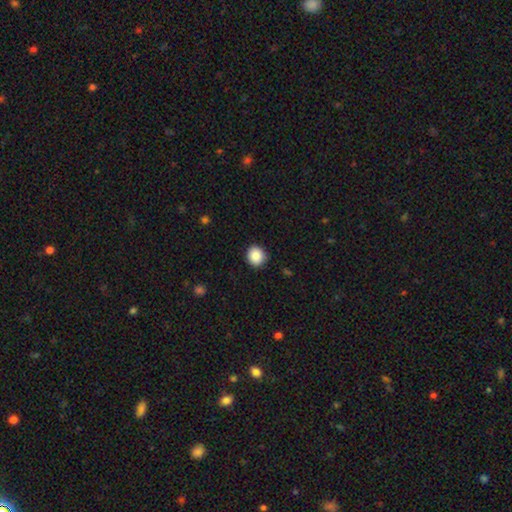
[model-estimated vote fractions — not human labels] smooth-or-featured: smooth: 88% | star or artifact: 9% | featured or disk: 4%
  how-rounded: round: 85% | in between: 14% | cigar-shaped: 1%
  merging: none: 89% | minor disturbance: 8% | major disturbance: 2% | merger: 1%